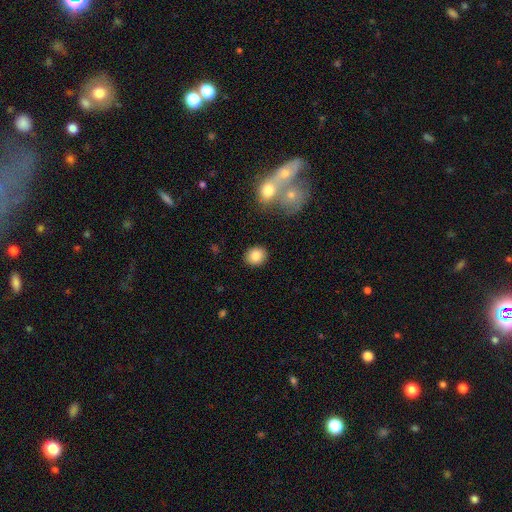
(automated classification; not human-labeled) Smooth or featured?
  - smooth: 85% *
  - star or artifact: 9%
  - featured or disk: 7%
How rounded?
  - round: 76% *
  - in between: 23%
  - cigar-shaped: 1%
Merging?
  - none: 89% *
  - minor disturbance: 6%
  - merger: 2%
  - major disturbance: 2%